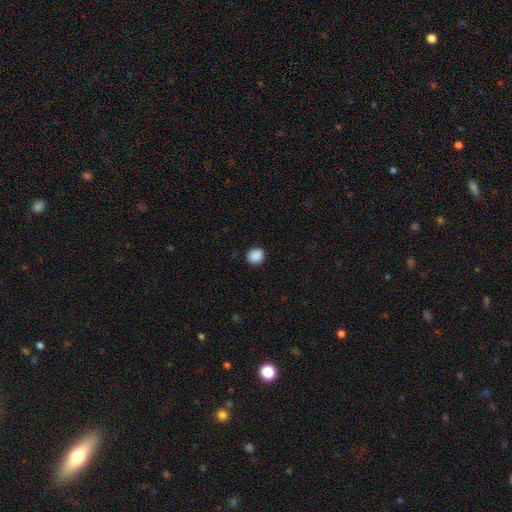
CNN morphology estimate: Smooth or featured: smooth — 89% (star or artifact — 8%)
How rounded: round — 84% (in between — 15%)
Merging: none — 91% (minor disturbance — 6%)